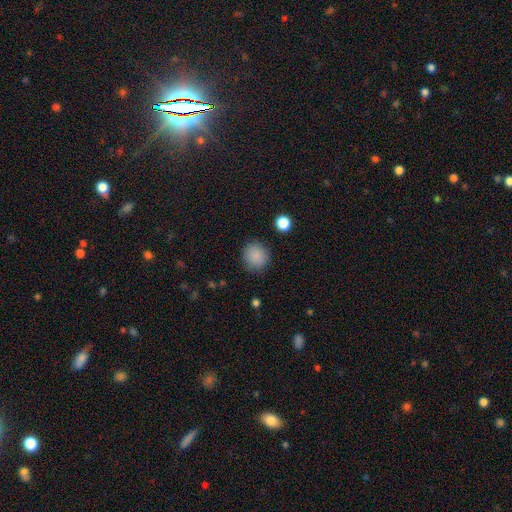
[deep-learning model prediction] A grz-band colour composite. It shows a smooth galaxy with no disk features (87%) that is round (86%). Merging: none (86%).